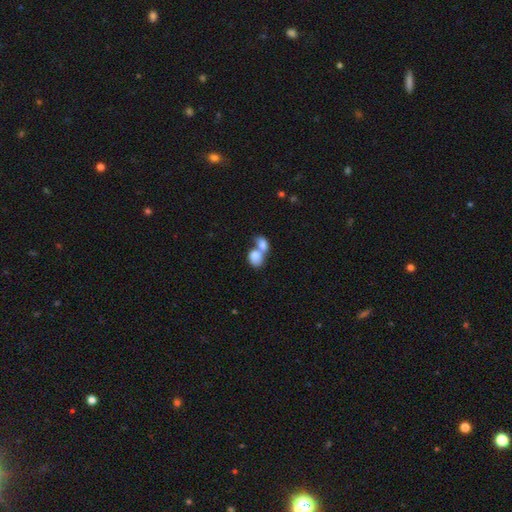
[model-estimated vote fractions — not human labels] Smooth or featured? Predicted: smooth (p=0.81). How rounded? Predicted: in between (p=0.66). Merging? Predicted: merger (p=0.75).